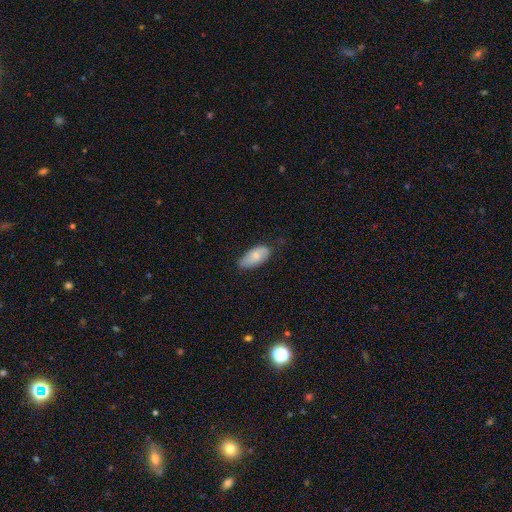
This appears to be a smooth galaxy with no disk features (64%) that is in between round and cigar-shaped (100%). Merging: none (62%).